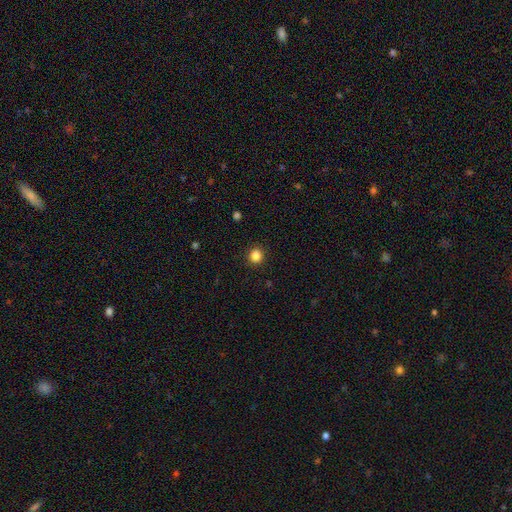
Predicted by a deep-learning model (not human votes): This appears to be a smooth galaxy with no disk features (85%) that is round (91%). Merging: none (92%).